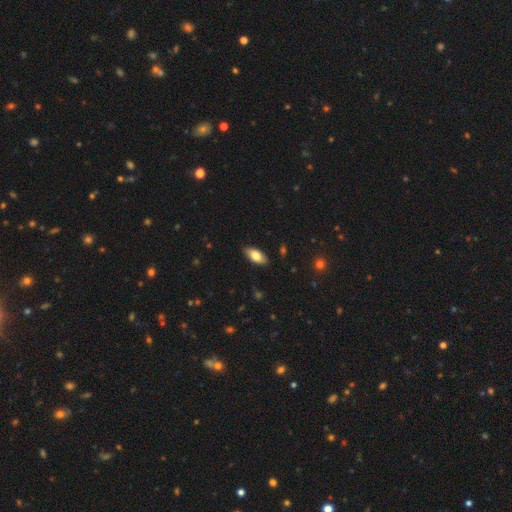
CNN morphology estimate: smooth_or_featured: smooth (p=0.80) [alt: featured or disk p=0.14]
how_rounded: in between (p=0.89) [alt: cigar-shaped p=0.08]
merging: none (p=0.86) [alt: minor disturbance p=0.11]